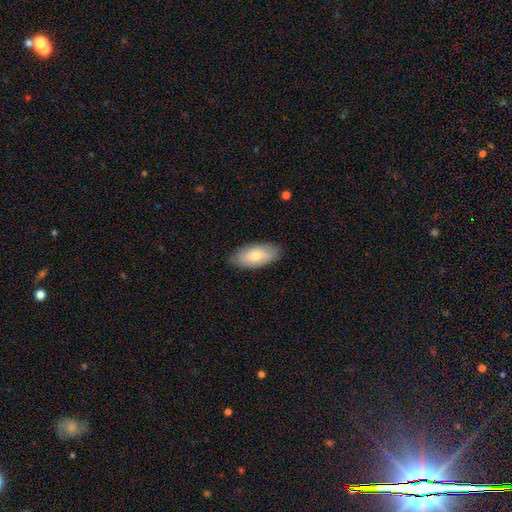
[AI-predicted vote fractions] smooth-or-featured: smooth: 73% | featured or disk: 21% | star or artifact: 6%
  how-rounded: in between: 92% | cigar-shaped: 6% | round: 2%
  merging: none: 85% | minor disturbance: 12% | major disturbance: 2% | merger: 1%